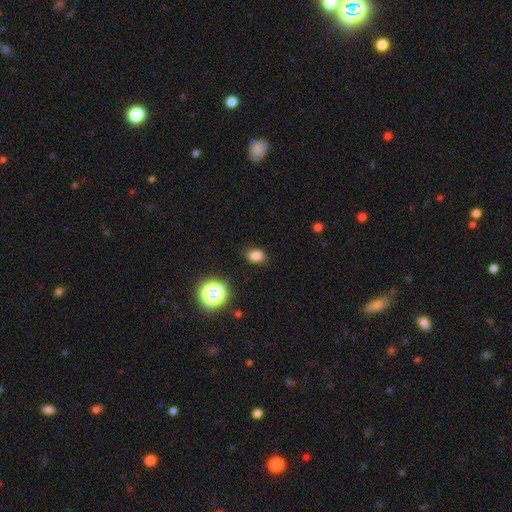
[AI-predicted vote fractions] This is clearly a smooth galaxy (81%). How rounded: likely in between (68%). Merging: clearly none (84%).